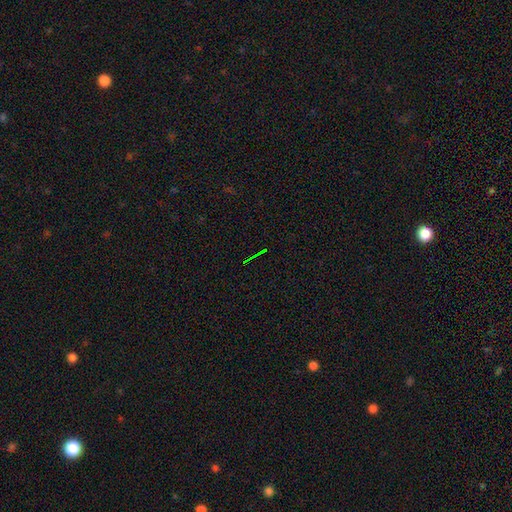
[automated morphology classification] Smooth or featured: star or artifact — 74% (featured or disk — 13%)